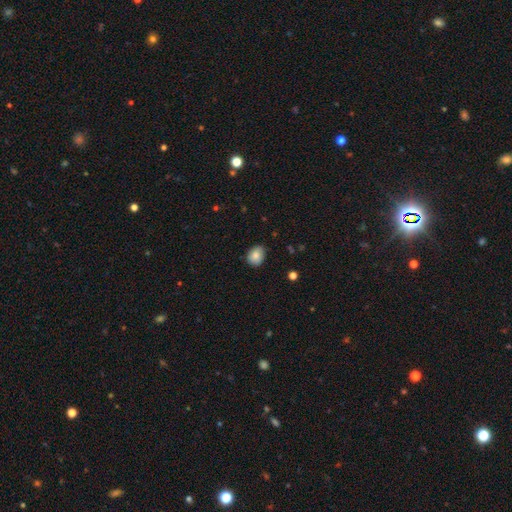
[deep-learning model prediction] Morphology: type=smooth (84%); roundness=round (55%); merging=none (73%).